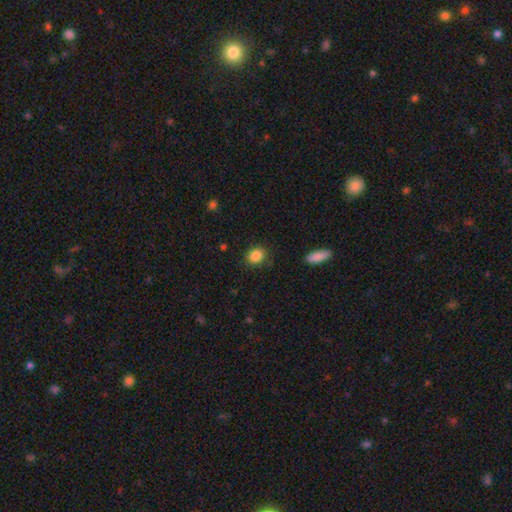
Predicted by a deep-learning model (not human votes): Morphology: type=smooth (86%); roundness=round (62%); merging=none (85%).